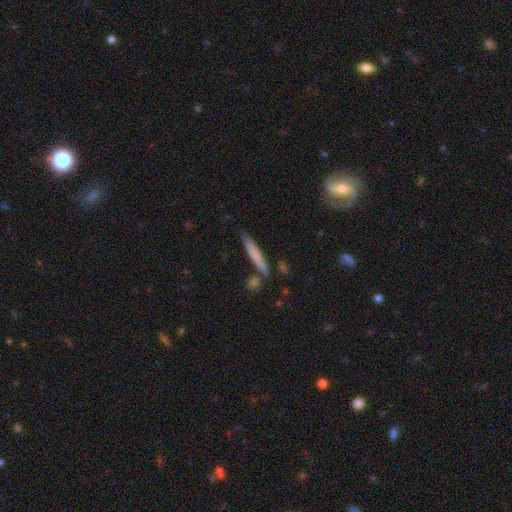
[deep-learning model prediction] Smooth or featured? smooth (68%)
How rounded? cigar-shaped (94%)
Merging? none (79%)